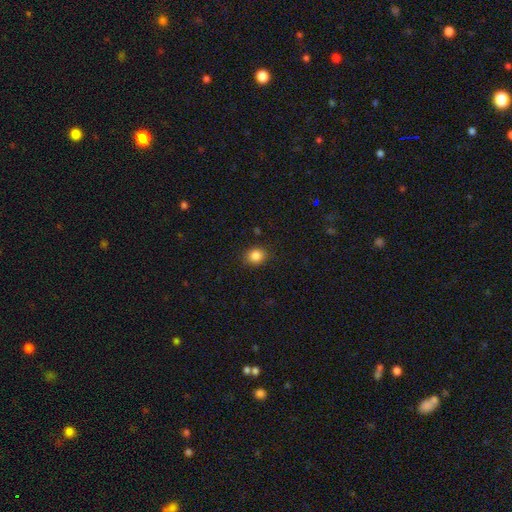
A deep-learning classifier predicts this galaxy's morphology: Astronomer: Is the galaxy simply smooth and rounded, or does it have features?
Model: smooth — 85%.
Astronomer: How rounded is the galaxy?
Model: round — 73%.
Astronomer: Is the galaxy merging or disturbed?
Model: none — 87%.